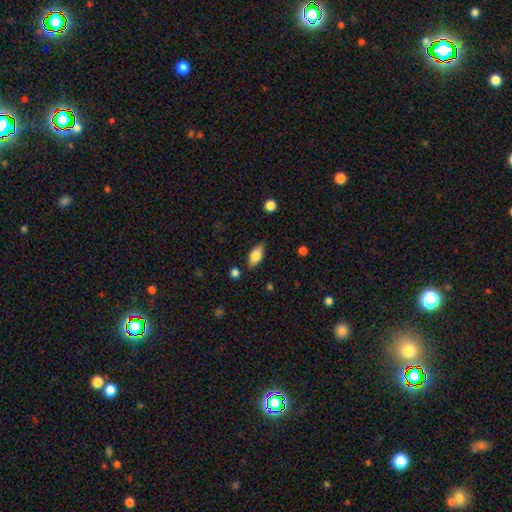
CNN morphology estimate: type=smooth (77%); roundness=in between (85%); merging=none (82%).